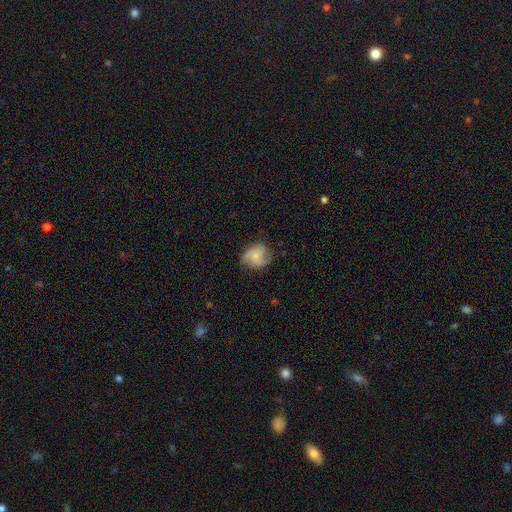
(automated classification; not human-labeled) Morphology: type=featured or disk (55%); edge-on=no (98%); bar=no (73%); spiral arms=yes (90%); bulge=small (59%); merging=none (59%).